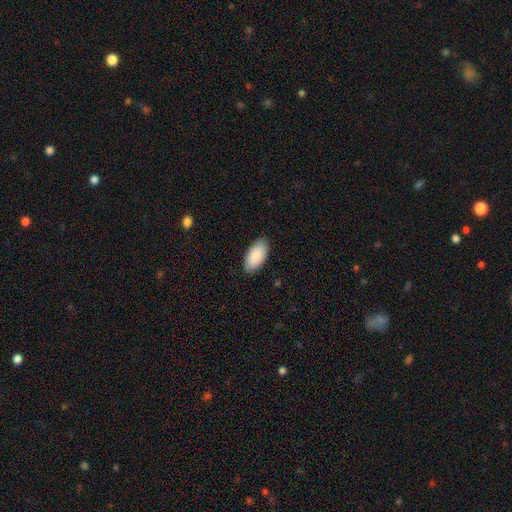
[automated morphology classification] Overall: smooth (90%). How rounded: in between (95%). Merging: none (87%).